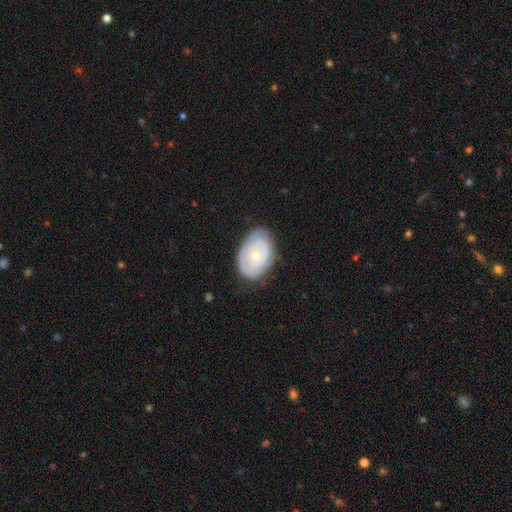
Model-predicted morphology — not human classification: Smooth or featured?
  - featured or disk: 60% *
  - smooth: 34%
  - star or artifact: 6%
Edge-on disk?
  - no: 93% *
  - yes: 7%
Bar?
  - no: 84% *
  - weak: 12%
  - strong: 3%
Spiral arms?
  - no: 62% *
  - yes: 38%
Bulge size?
  - moderate: 61% *
  - small: 35%
  - large: 2%
  - none: 1%
  - dominant: 1%
Merging?
  - none: 71% *
  - minor disturbance: 22%
  - major disturbance: 6%
  - merger: 1%